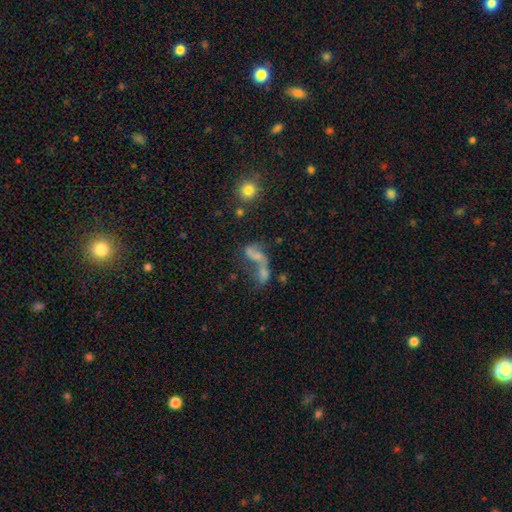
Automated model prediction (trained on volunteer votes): smooth 41% (tied), featured or disk 41% (tied), star or artifact 18%. Down the decision tree: merging — merger (56%).